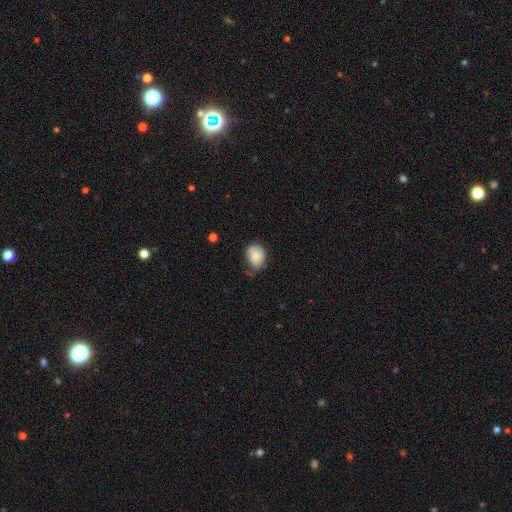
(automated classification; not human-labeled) smooth_or_featured: smooth (p=0.78) [alt: featured or disk p=0.14]
how_rounded: in between (p=0.56) [alt: round p=0.43]
merging: none (p=0.50) [alt: minor disturbance p=0.37]